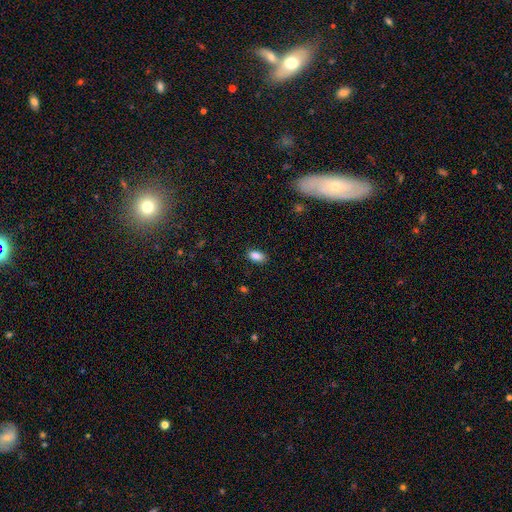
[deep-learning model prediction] Morphology: type=smooth (86%); roundness=in between (91%); merging=none (86%).